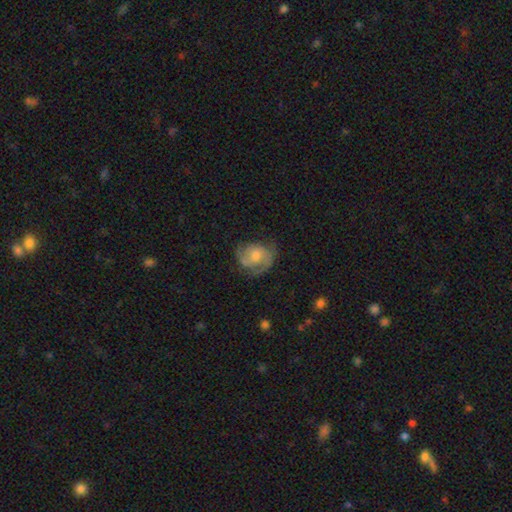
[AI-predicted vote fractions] Smooth or featured? featured or disk (69%)
Edge-on disk? no (97%)
Bar? no (65%)
Spiral arms? yes (90%)
Spiral winding? medium (45%)
Spiral arm count? 2 (53%)
Bulge size? moderate (50%)
Merging? none (62%)